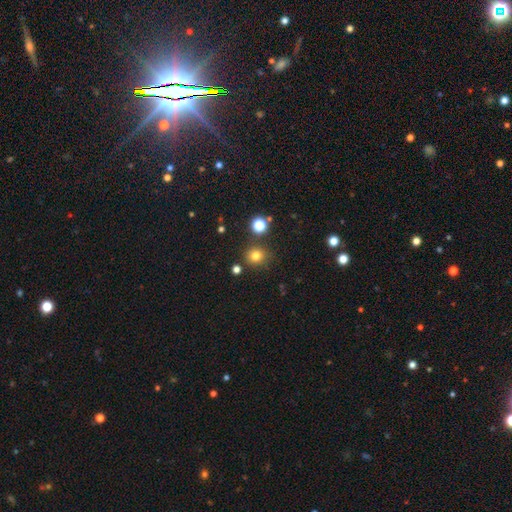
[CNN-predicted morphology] This appears to be a smooth galaxy with no disk features (77%) that is round (86%). Merging: none (83%).